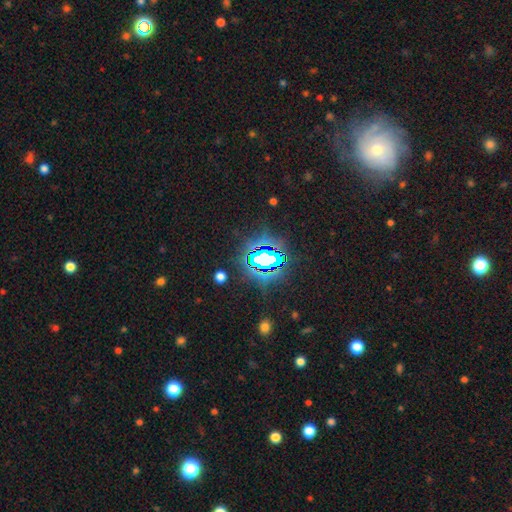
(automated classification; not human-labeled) A star or artifact, not a galaxy (78%).

Vote fractions:
- Smooth or featured? star or artifact: 78% / smooth: 13% / featured or disk: 8%